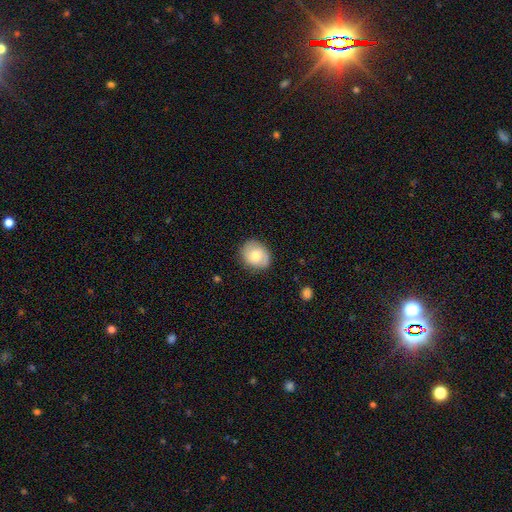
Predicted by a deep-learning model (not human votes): Smooth or featured? smooth (66%)
How rounded? round (57%)
Merging? none (81%)